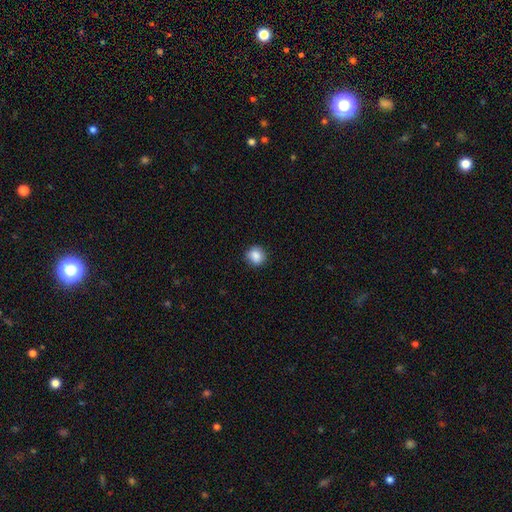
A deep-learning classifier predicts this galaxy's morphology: Smooth or featured? smooth (87%)
How rounded? round (87%)
Merging? none (88%)